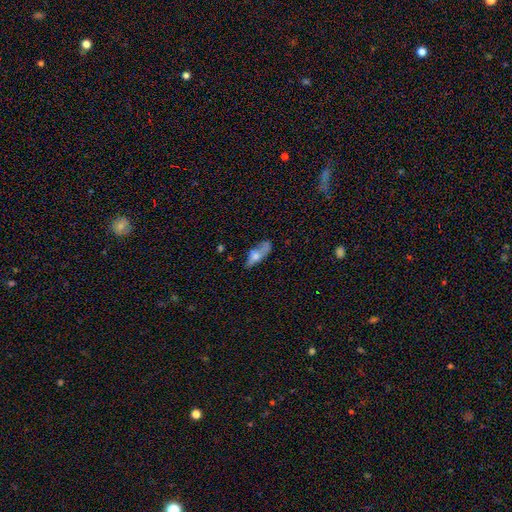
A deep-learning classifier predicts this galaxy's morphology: Smooth or featured? smooth (56%)
How rounded? in between (57%)
Merging? none (43%)